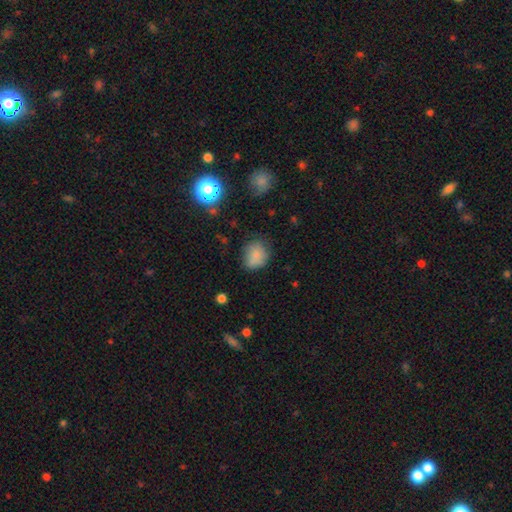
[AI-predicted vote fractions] A smooth galaxy with no disk features (80%) that is round (57%).

Vote fractions:
- Smooth or featured? smooth: 80% / star or artifact: 12% / featured or disk: 8%
- How rounded? round: 57% / in between: 41% / cigar-shaped: 1%
- Merging? none: 67% / minor disturbance: 23% / major disturbance: 7% / merger: 2%